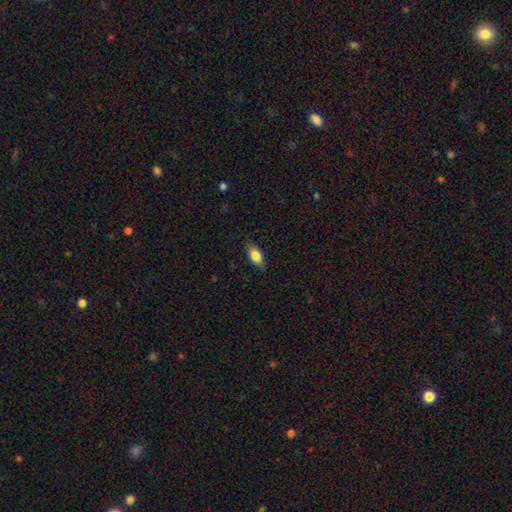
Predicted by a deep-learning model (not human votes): The model was most divided on "smooth or featured": smooth: 81%, featured or disk: 12%, star or artifact: 7%. More confident: how rounded — in between (86%); merging — none (85%).